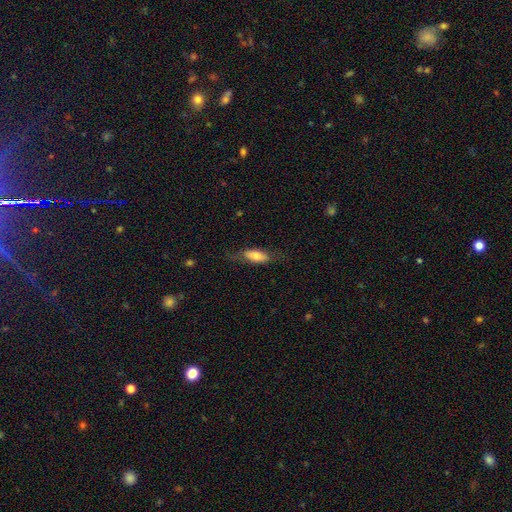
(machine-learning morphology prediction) smooth-or-featured: smooth: 70% | featured or disk: 24% | star or artifact: 6%
  how-rounded: in between: 71% | cigar-shaped: 26% | round: 3%
  merging: none: 67% | minor disturbance: 22% | major disturbance: 10% | merger: 1%